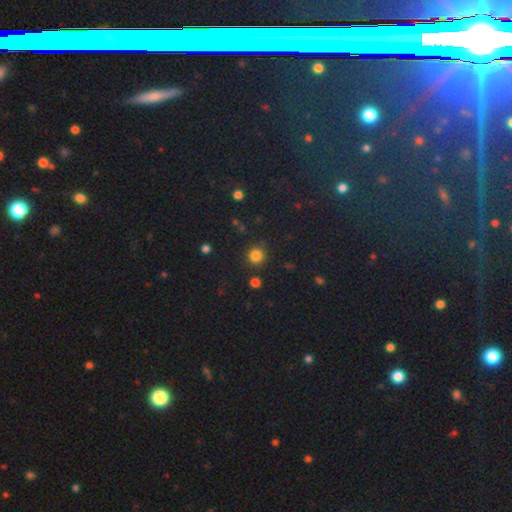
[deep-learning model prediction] smooth 81%, star or artifact 14%, featured or disk 4%. Down the decision tree: how rounded — round (93%); merging — none (86%).